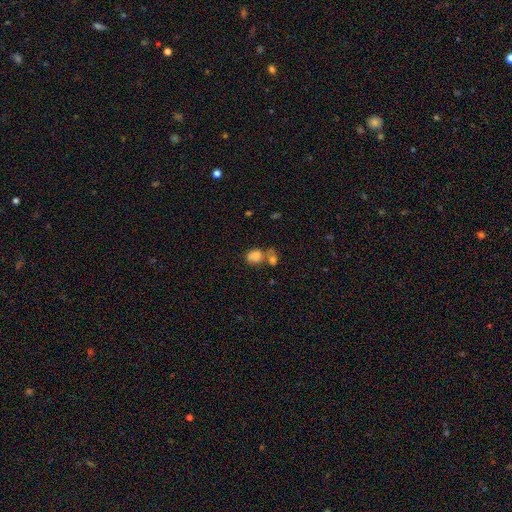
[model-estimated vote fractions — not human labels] A smooth galaxy with no disk features (76%) that is in between round and cigar-shaped (57%).

Vote fractions:
- Smooth or featured? smooth: 76% / featured or disk: 12% / star or artifact: 12%
- How rounded? in between: 57% / round: 42% / cigar-shaped: 1%
- Merging? merger: 46% / none: 34% / minor disturbance: 13% / major disturbance: 7%